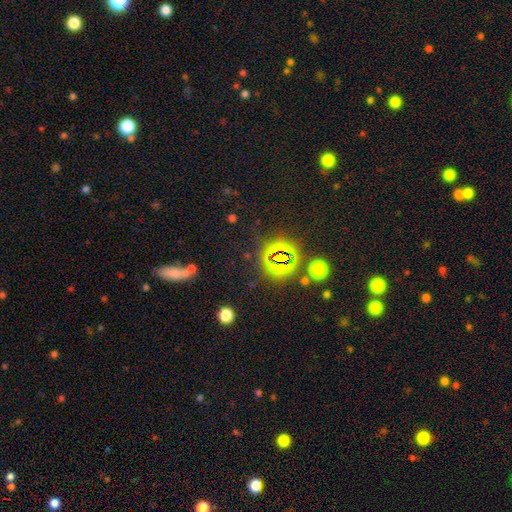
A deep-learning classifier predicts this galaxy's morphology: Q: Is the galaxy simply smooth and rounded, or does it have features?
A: star or artifact — 52%.